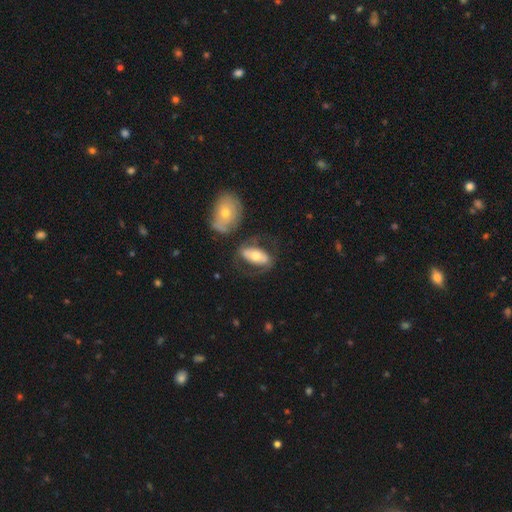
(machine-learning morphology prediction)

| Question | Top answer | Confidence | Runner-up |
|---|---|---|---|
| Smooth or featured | featured or disk | 51% | smooth (43%) |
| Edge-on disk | no | 86% | yes (14%) |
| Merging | none | 55% | minor disturbance (17%) |